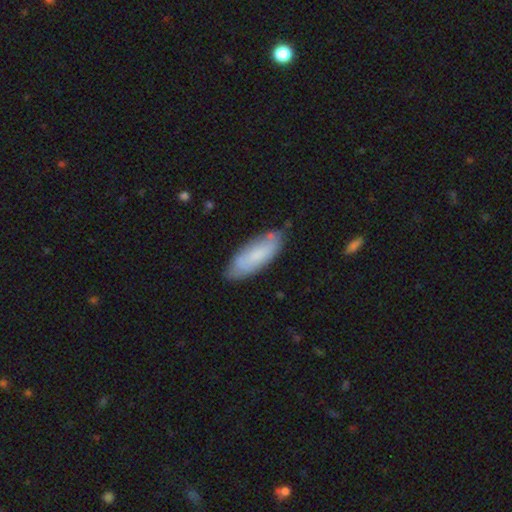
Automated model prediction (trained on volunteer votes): smooth 74%, featured or disk 20%, star or artifact 6%. Down the decision tree: how rounded — in between (70%); merging — none (74%).